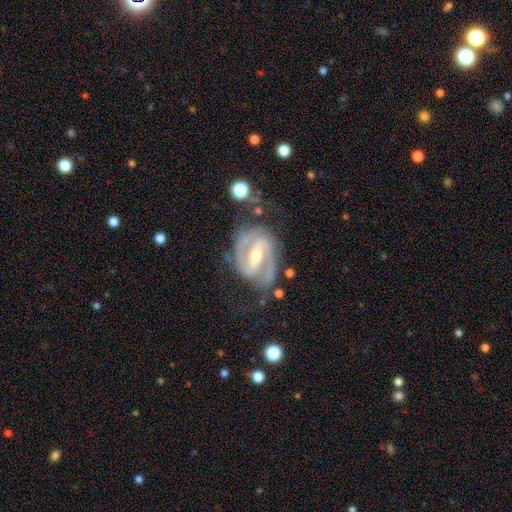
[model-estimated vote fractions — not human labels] A featured or disk galaxy (92%) with a strong bar (63%), 2 (89%) medium (47%) spiral arms (98%) and a moderate central bulge (51%).

Vote fractions:
- Smooth or featured? featured or disk: 92% / star or artifact: 4% / smooth: 4%
- Edge-on disk? no: 97% / yes: 3%
- Bar? strong: 63% / weak: 28% / no: 9%
- Spiral arms? yes: 98% / no: 2%
- Spiral winding? medium: 47% / tight: 44% / loose: 9%
- Spiral arm count? 2: 89% / 3: 4% / can't tell: 3% / 1: 1% / 4: 1% / more than 4: 1%
- Bulge size? moderate: 51% / small: 45% / large: 2% / none: 1% / dominant: 1%
- Merging? none: 69% / minor disturbance: 19% / major disturbance: 9% / merger: 3%